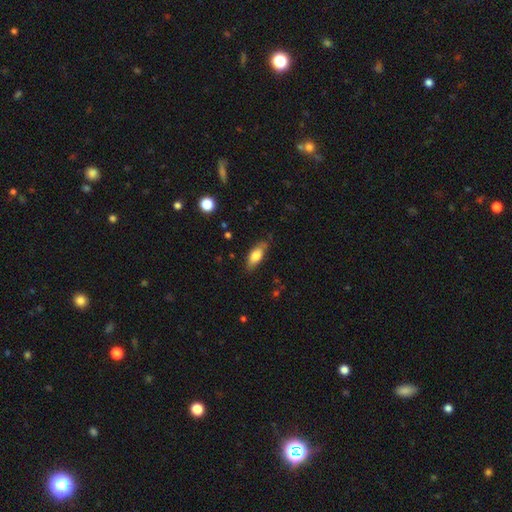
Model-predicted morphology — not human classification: type=smooth (75%); roundness=in between (79%); merging=none (73%).